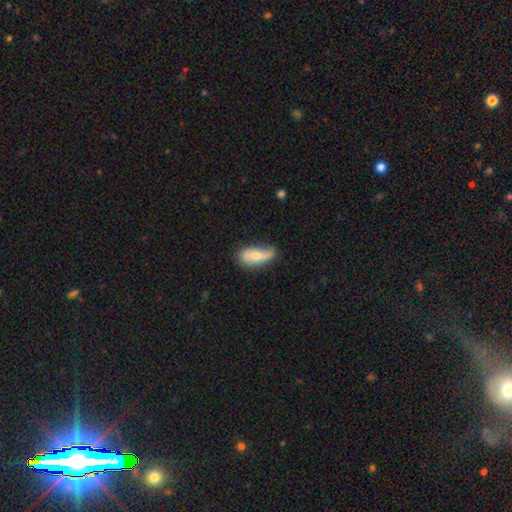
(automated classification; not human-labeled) A smooth galaxy with no disk features (53%) that is in between round and cigar-shaped (82%). Merging: none (57%).